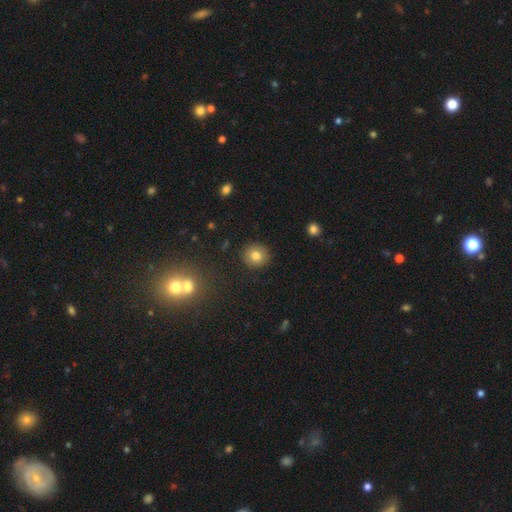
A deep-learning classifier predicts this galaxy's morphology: Q: Smooth or featured?
A: smooth (79%); runner-up: star or artifact (11%)
Q: How rounded?
A: round (88%); runner-up: in between (11%)
Q: Merging?
A: none (91%); runner-up: minor disturbance (6%)